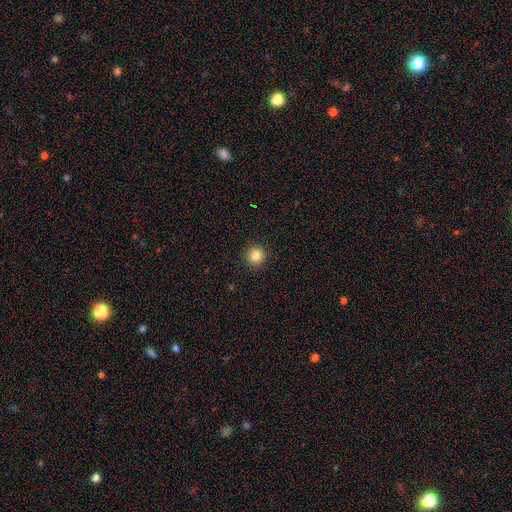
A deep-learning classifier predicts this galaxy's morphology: Smooth or featured? smooth (83%)
How rounded? round (95%)
Merging? none (93%)